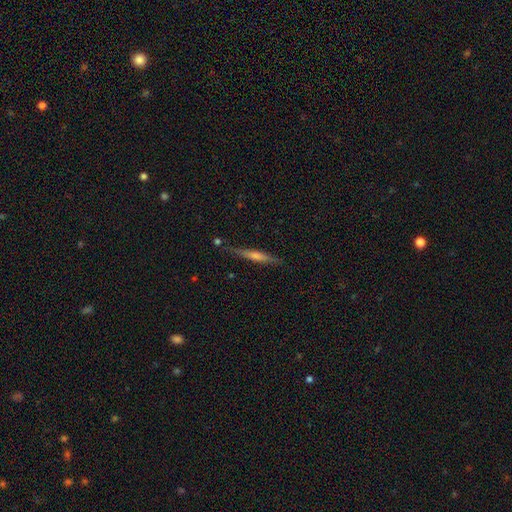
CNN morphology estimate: This is possibly a featured or disk galaxy (53%). It is clearly viewed edge-on (95%). Edge-on bulge: possibly rounded (46%). Merging: clearly none (82%).